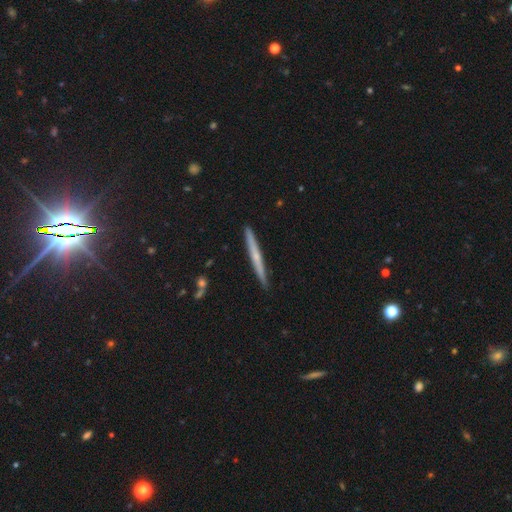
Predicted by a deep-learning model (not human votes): featured or disk 60%, smooth 34%, star or artifact 6%. Down the decision tree: edge-on disk — yes (98%); edge-on bulge — rounded (48%, tied with none); merging — none (91%).